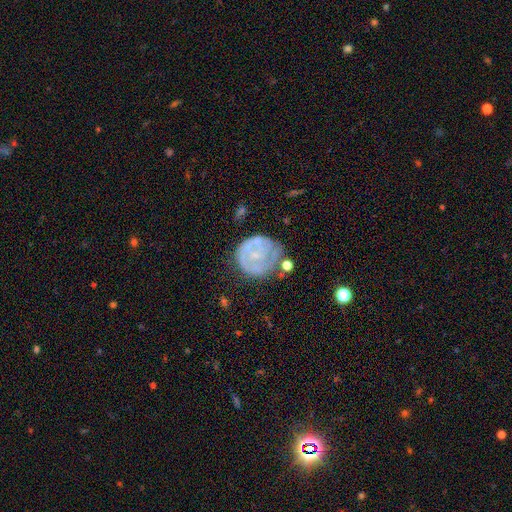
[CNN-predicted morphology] Q: Smooth or featured?
A: featured or disk (65%); runner-up: smooth (27%)
Q: Edge-on disk?
A: no (98%); runner-up: yes (2%)
Q: Bar?
A: no (75%); runner-up: weak (20%)
Q: Spiral arms?
A: yes (63%); runner-up: no (37%)
Q: Bulge size?
A: small (54%); runner-up: none (28%)
Q: Merging?
A: none (54%); runner-up: minor disturbance (25%)